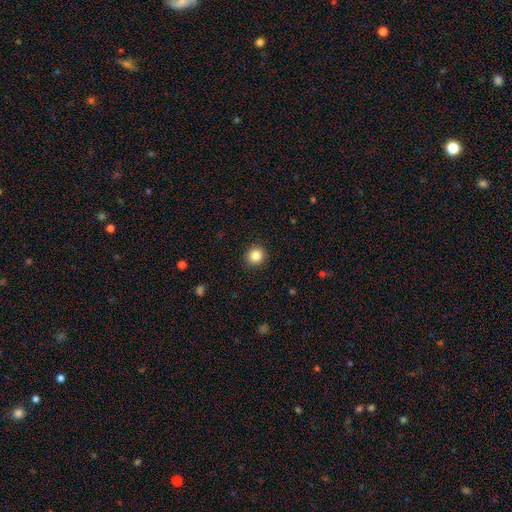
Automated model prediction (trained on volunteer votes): A smooth galaxy with no disk features (85%) that is round (88%). Merging: none (91%).